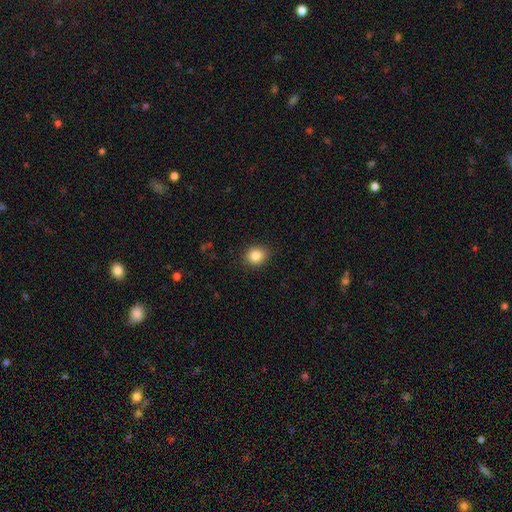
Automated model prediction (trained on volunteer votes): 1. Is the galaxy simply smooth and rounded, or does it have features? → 84% smooth, 10% star or artifact, 6% featured or disk.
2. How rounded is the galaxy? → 76% round, 23% in between, 1% cigar-shaped.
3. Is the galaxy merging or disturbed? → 88% none, 9% minor disturbance, 2% major disturbance, 1% merger.